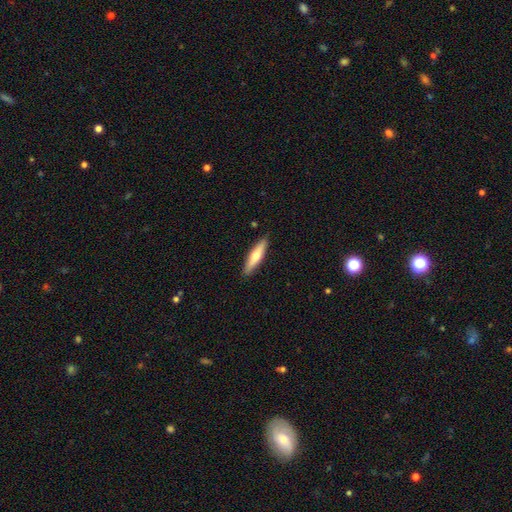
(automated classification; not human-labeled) Smooth or featured? Predicted: smooth (p=0.56). How rounded? Predicted: cigar-shaped (p=0.80). Merging? Predicted: none (p=0.90).